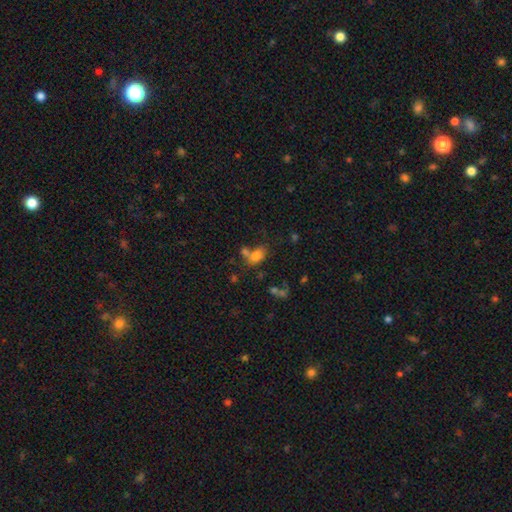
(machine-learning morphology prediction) Overall: smooth (74%). How rounded: in between (81%). Merging: none (44%; merger 36%).